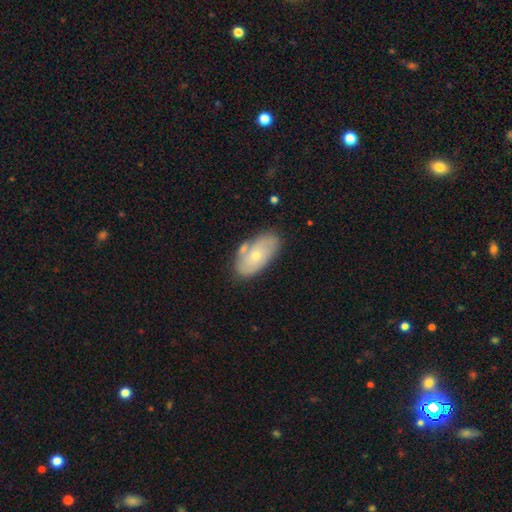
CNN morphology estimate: Smooth or featured? Predicted: smooth (p=0.55). How rounded? Predicted: in between (p=0.93). Merging? Predicted: none (p=0.67).